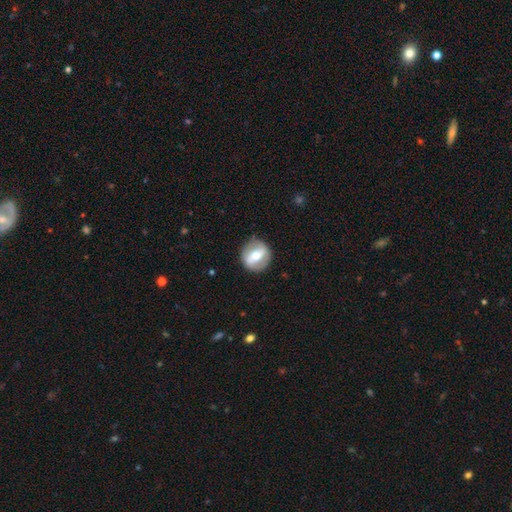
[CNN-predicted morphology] Q: Smooth or featured?
A: featured or disk (56%); runner-up: smooth (38%)
Q: Edge-on disk?
A: no (92%); runner-up: yes (8%)
Q: Bar?
A: strong (52%); runner-up: weak (30%)
Q: Spiral arms?
A: no (62%); runner-up: yes (38%)
Q: Bulge size?
A: moderate (70%); runner-up: small (22%)
Q: Merging?
A: none (85%); runner-up: minor disturbance (10%)